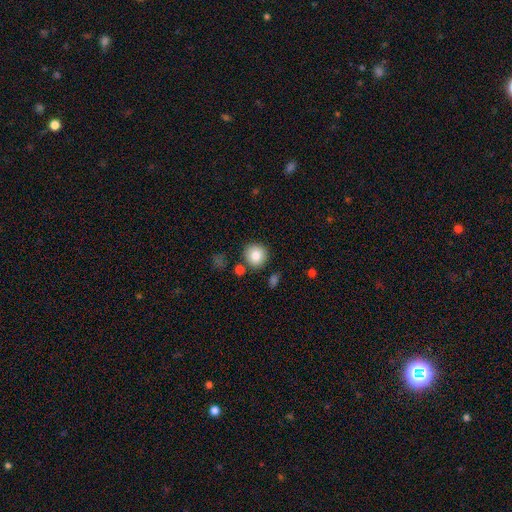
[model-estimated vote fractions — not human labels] A smooth galaxy with no disk features (84%) that is round (92%). Merging: none (85%).